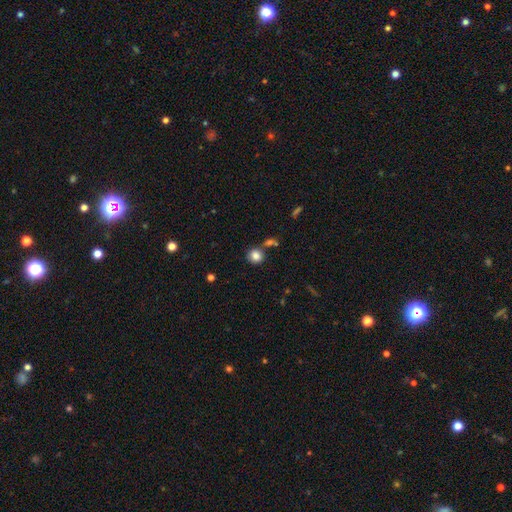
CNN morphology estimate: This appears to be a smooth galaxy with no disk features (84%) that is round (83%). Merging: none (72%).